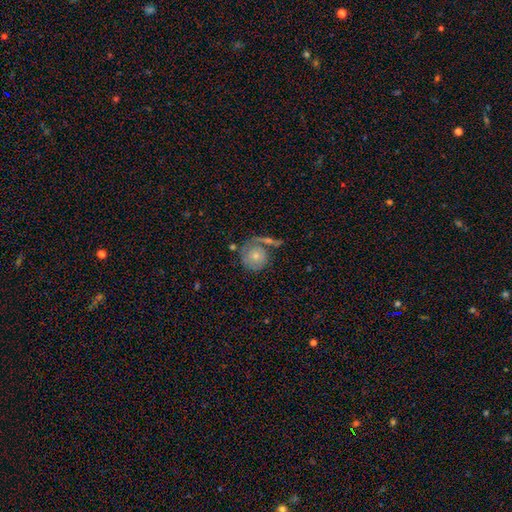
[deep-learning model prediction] The model was most divided on "smooth or featured": smooth: 57%, featured or disk: 36%, star or artifact: 8%. More confident: how rounded — round (89%); merging — none (55%).